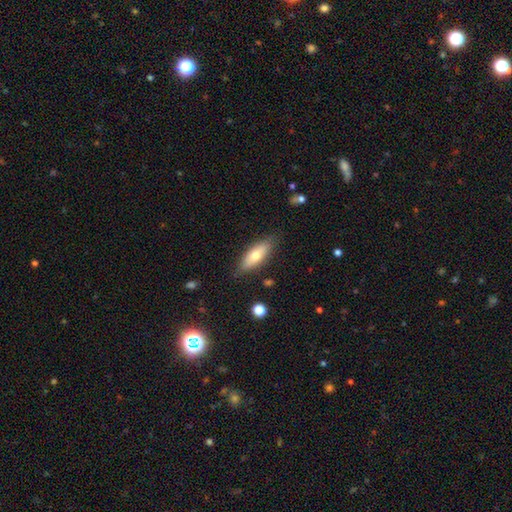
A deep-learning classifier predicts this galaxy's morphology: Smooth or featured? smooth (67%)
How rounded? in between (66%)
Merging? none (82%)